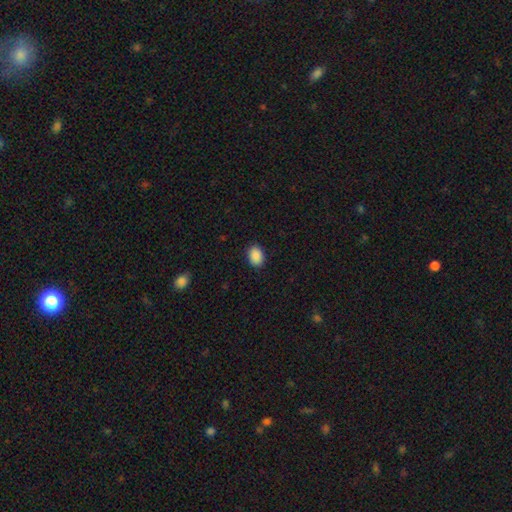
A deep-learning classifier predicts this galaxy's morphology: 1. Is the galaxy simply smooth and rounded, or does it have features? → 90% smooth, 8% star or artifact, 2% featured or disk.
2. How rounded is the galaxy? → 73% in between, 26% round, 1% cigar-shaped.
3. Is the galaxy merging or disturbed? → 88% none, 8% minor disturbance, 2% major disturbance, 1% merger.